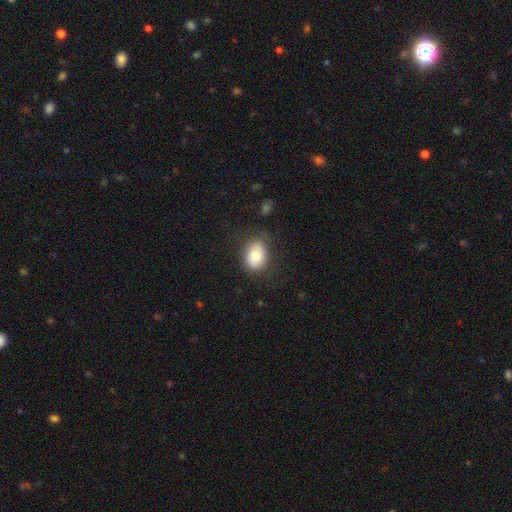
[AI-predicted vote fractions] A smooth galaxy with no disk features (80%) that is in between round and cigar-shaped (70%).

Vote fractions:
- Smooth or featured? smooth: 80% / featured or disk: 12% / star or artifact: 8%
- How rounded? in between: 70% / round: 29% / cigar-shaped: 1%
- Merging? none: 73% / minor disturbance: 19% / major disturbance: 7% / merger: 2%